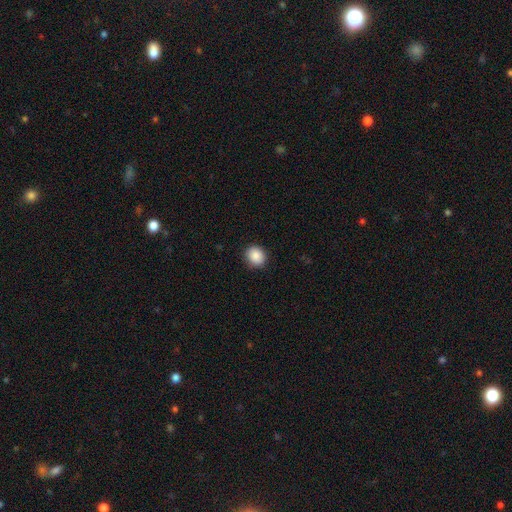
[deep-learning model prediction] smooth-or-featured: smooth: 88% | star or artifact: 8% | featured or disk: 4%
  how-rounded: round: 76% | in between: 23% | cigar-shaped: 1%
  merging: none: 89% | minor disturbance: 8% | major disturbance: 2% | merger: 1%